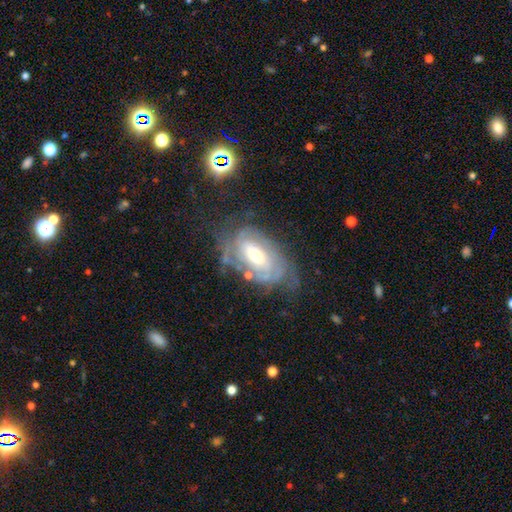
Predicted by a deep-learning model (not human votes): A featured or disk galaxy (83%) with no bar (44%), tight (67%) spiral arms (90%) and a moderate central bulge (65%). Merging: none (61%).